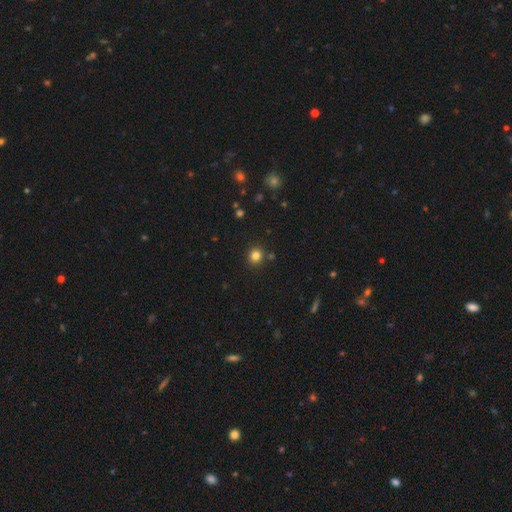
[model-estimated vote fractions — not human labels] Smooth or featured? Predicted: smooth (p=0.81). How rounded? Predicted: round (p=0.85). Merging? Predicted: none (p=0.86).